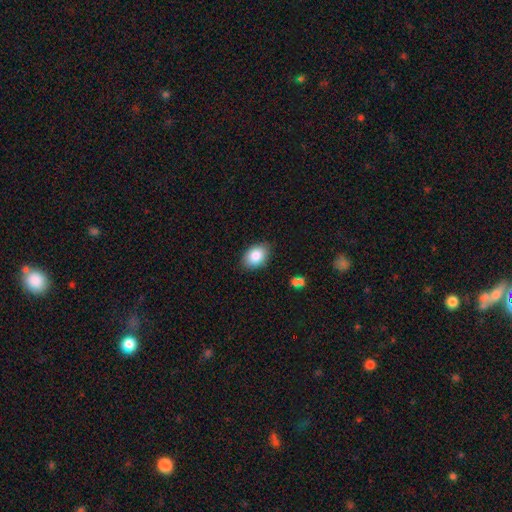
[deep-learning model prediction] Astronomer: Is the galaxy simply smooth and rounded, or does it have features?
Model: smooth — 85%.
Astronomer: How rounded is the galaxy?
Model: in between — 83%.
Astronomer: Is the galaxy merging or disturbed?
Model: none — 84%.